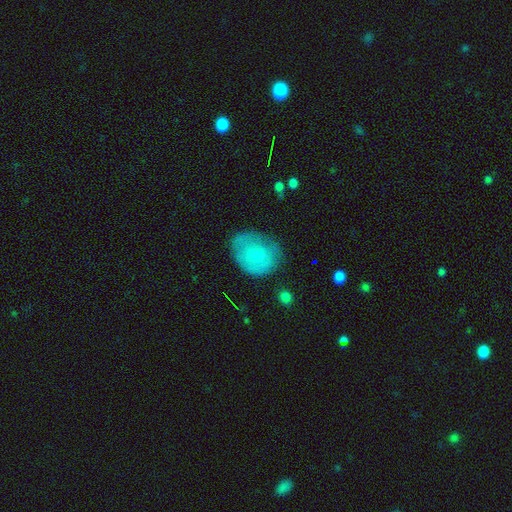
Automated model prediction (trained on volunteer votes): This is likely a smooth galaxy (62%). How rounded: possibly round (53%). Merging: possibly none (59%).